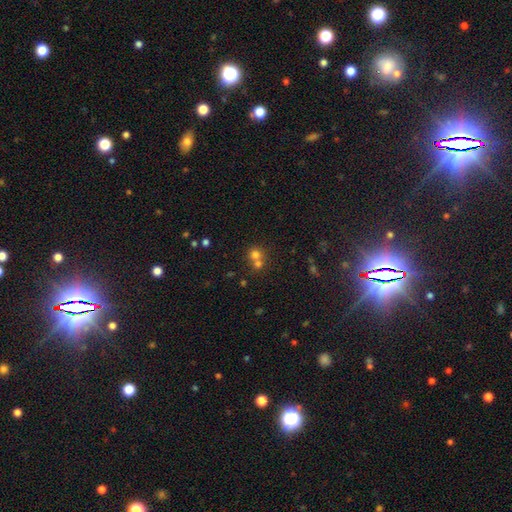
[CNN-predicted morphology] This appears to be a smooth galaxy with no disk features (65%) that is round (87%). Merging: merger (48%).